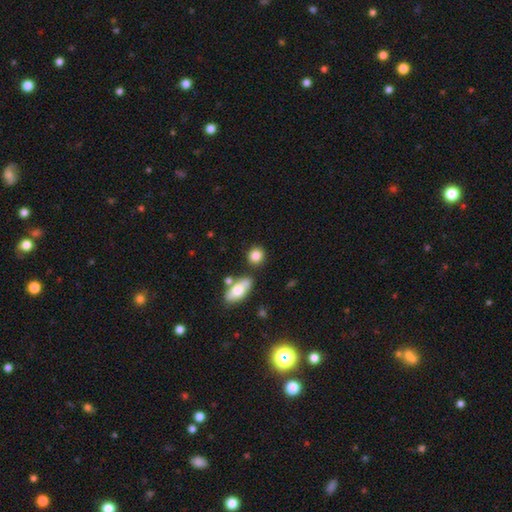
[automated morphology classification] Smooth or featured: smooth — 84% (star or artifact — 8%)
How rounded: round — 75% (in between — 23%)
Merging: none — 78% (minor disturbance — 11%)